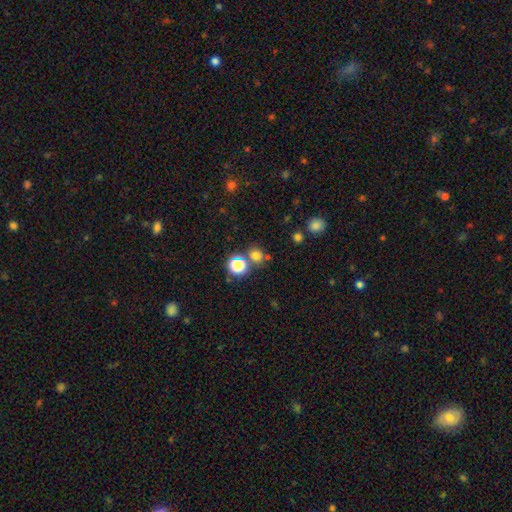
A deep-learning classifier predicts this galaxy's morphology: Smooth or featured? smooth (69%)
How rounded? round (86%)
Merging? none (71%)